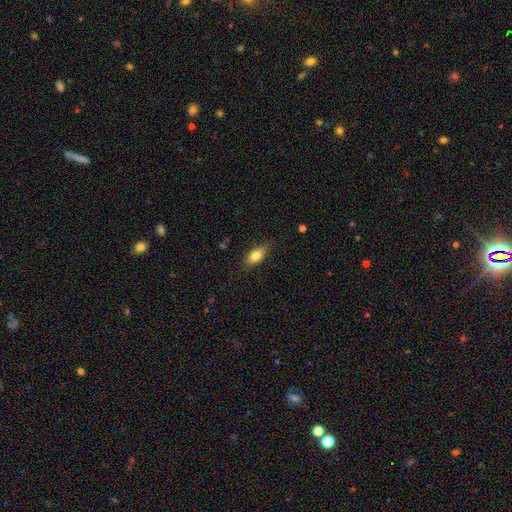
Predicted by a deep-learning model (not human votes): Smooth or featured? smooth (78%)
How rounded? in between (82%)
Merging? none (82%)